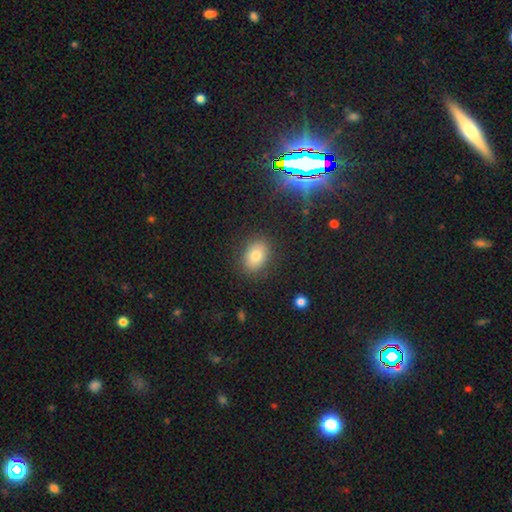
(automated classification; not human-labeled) smooth 76%, star or artifact 13%, featured or disk 10%. Down the decision tree: how rounded — in between (74%); merging — none (86%).